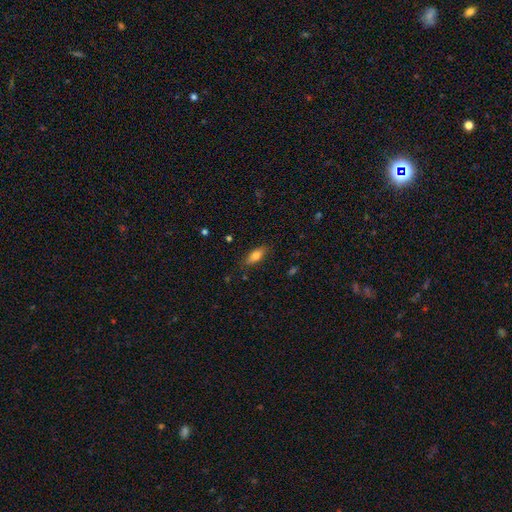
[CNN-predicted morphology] Smooth or featured: smooth — 78% (featured or disk — 15%)
How rounded: in between — 75% (cigar-shaped — 22%)
Merging: none — 84% (minor disturbance — 12%)